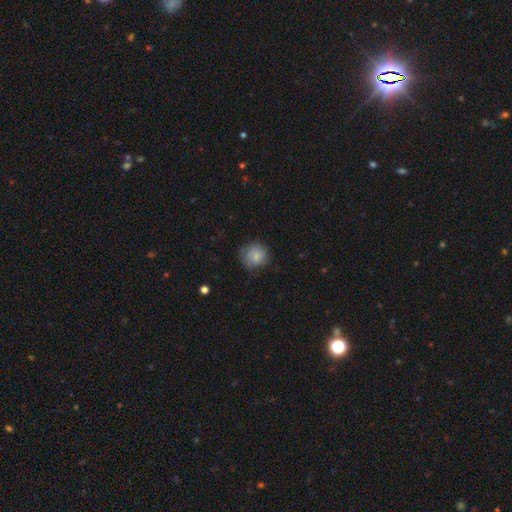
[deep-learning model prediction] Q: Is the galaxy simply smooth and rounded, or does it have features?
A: smooth — 83%.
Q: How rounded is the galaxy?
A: round — 88%.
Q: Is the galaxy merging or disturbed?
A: none — 73%.